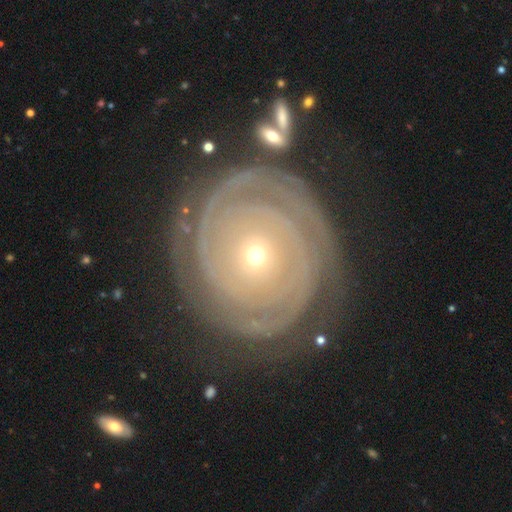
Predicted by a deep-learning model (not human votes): smooth_or_featured: featured or disk (p=0.89) [alt: star or artifact p=0.06]
disk_edge_on: no (p=0.97) [alt: yes p=0.03]
bar: no (p=0.83) [alt: weak p=0.11]
has_spiral_arms: yes (p=0.97) [alt: no p=0.03]
spiral_winding: tight (p=0.91) [alt: medium p=0.07]
spiral_arm_count: 2 (p=0.39) [alt: can't tell p=0.21]
bulge_size: small (p=0.73) [alt: moderate p=0.24]
merging: none (p=0.80) [alt: minor disturbance p=0.12]